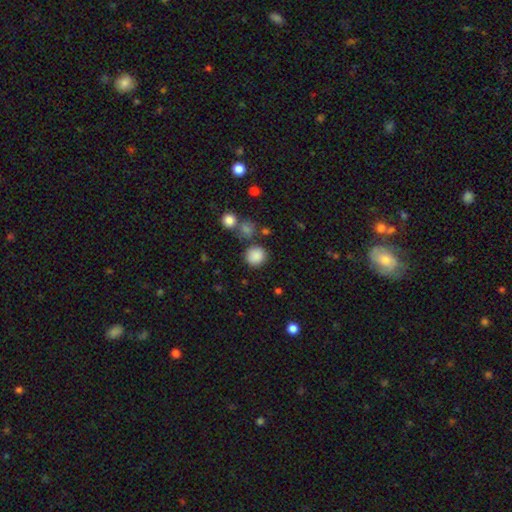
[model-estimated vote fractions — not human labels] Smooth or featured?
  - smooth: 85% *
  - star or artifact: 10%
  - featured or disk: 4%
How rounded?
  - round: 88% *
  - in between: 11%
  - cigar-shaped: 1%
Merging?
  - none: 78% *
  - minor disturbance: 10%
  - merger: 8%
  - major disturbance: 4%